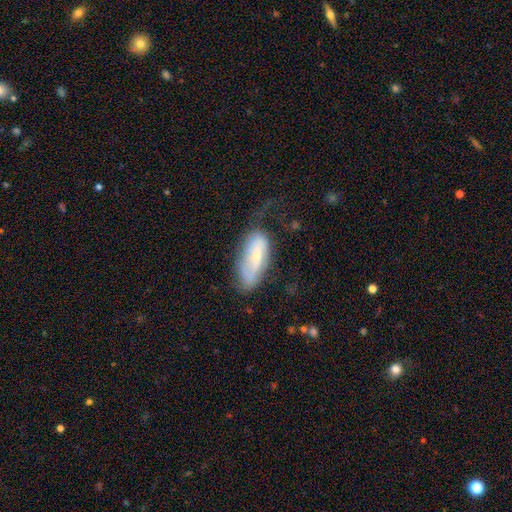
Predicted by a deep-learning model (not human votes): smooth-or-featured: smooth: 48% | featured or disk: 45% | star or artifact: 7%
  merging: none: 45% | minor disturbance: 31% | major disturbance: 21% | merger: 3%